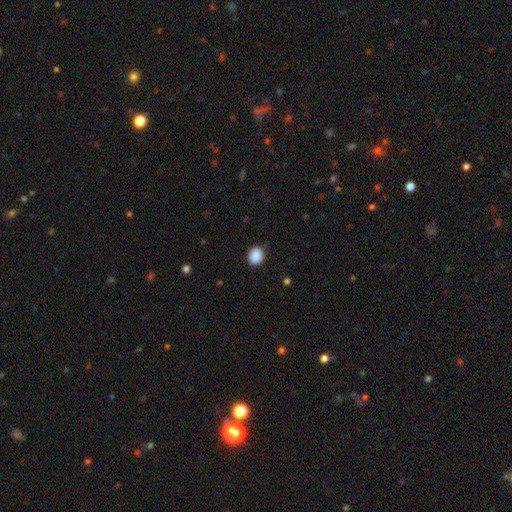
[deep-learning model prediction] A smooth galaxy with no disk features (89%) that is round (64%). Merging: none (86%).